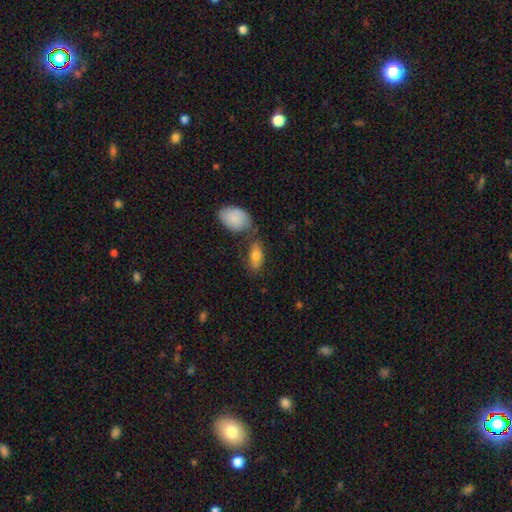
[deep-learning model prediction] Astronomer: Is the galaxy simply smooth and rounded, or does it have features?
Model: smooth — 78%.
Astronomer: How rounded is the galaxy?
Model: in between — 86%.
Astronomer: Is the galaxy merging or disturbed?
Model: none — 59%.